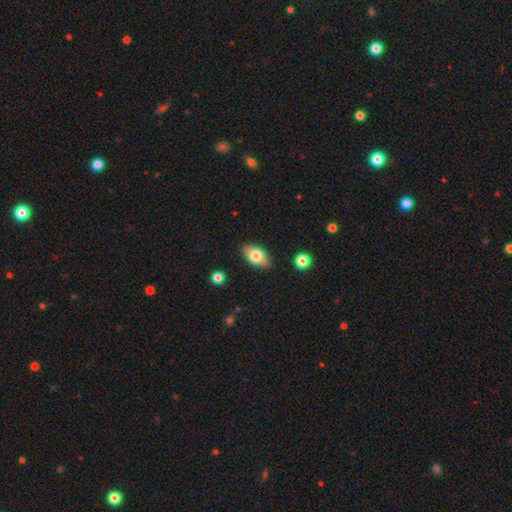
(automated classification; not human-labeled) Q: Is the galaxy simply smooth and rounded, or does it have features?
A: smooth — 75%.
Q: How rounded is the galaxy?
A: in between — 90%.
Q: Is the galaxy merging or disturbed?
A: none — 85%.